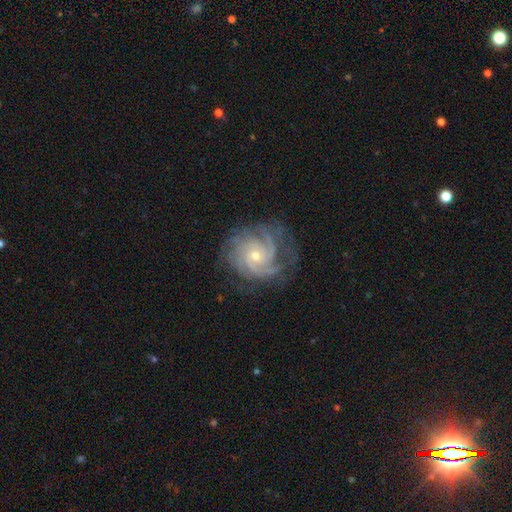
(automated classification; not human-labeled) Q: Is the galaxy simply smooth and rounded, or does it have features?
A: featured or disk — 89%.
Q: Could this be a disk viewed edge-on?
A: no — 98%.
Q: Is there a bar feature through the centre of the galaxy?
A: no — 75%.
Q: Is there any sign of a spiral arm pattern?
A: yes — 98%.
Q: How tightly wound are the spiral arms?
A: tight — 70%.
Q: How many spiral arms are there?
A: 3 — 27%.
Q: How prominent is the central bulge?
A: small — 64%.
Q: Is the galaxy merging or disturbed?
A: none — 74%.